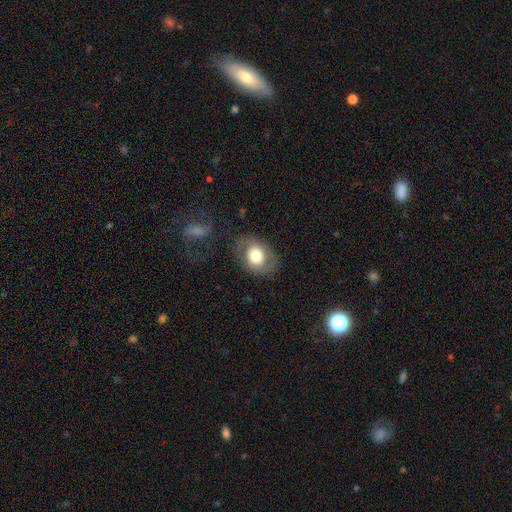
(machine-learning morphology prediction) smooth-or-featured: smooth: 66% | featured or disk: 26% | star or artifact: 8%
  how-rounded: in between: 60% | round: 39% | cigar-shaped: 1%
  merging: none: 73% | minor disturbance: 17% | major disturbance: 9% | merger: 2%